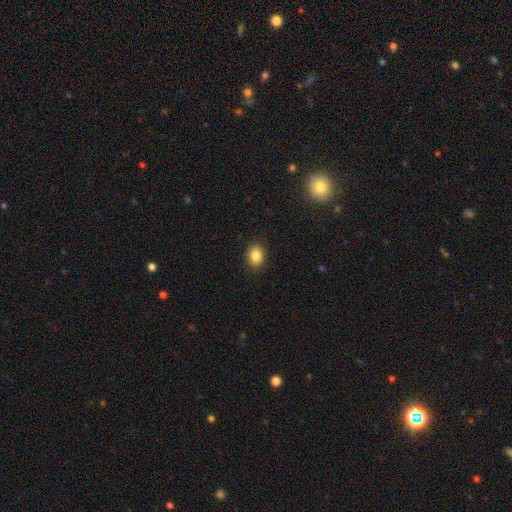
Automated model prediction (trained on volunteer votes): Morphology: type=smooth (85%); roundness=in between (60%); merging=none (89%).